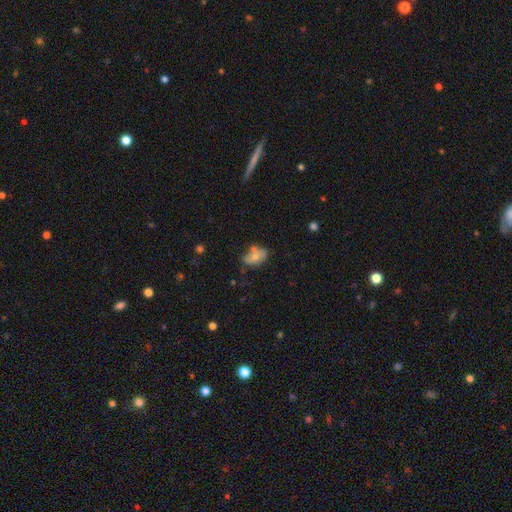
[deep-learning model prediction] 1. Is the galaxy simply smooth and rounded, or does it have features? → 57% smooth, 33% featured or disk, 10% star or artifact.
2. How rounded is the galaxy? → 82% in between, 16% round, 2% cigar-shaped.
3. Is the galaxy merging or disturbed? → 41% none, 25% minor disturbance, 22% merger, 11% major disturbance.